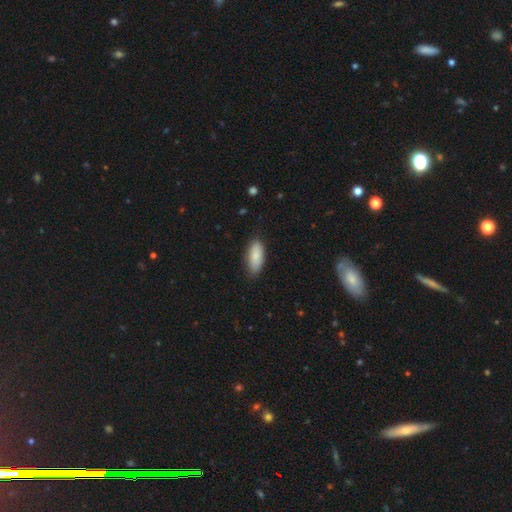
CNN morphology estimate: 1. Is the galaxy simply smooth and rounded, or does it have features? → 86% smooth, 8% featured or disk, 6% star or artifact.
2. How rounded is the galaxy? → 86% in between, 13% cigar-shaped, 2% round.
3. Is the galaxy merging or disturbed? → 83% none, 14% minor disturbance, 2% major disturbance, 1% merger.